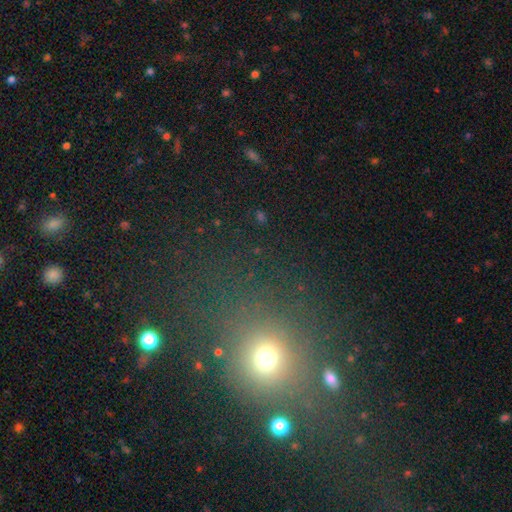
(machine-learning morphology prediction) Q: Smooth or featured?
A: smooth (48%); runner-up: star or artifact (44%)
Q: Merging?
A: none (77%); runner-up: minor disturbance (10%)